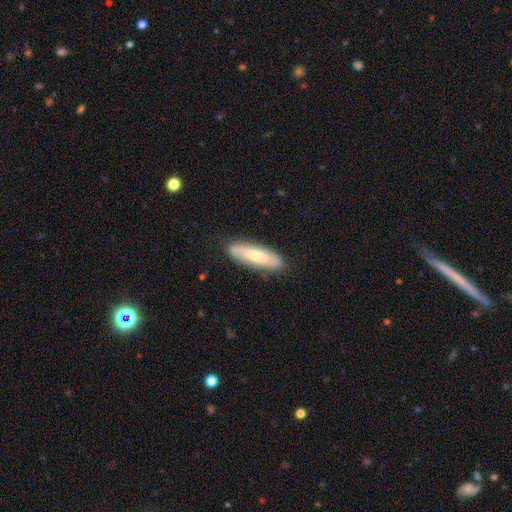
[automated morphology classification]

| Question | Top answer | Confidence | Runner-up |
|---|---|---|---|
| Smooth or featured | smooth | 57% | featured or disk (38%) |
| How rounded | cigar-shaped | 57% | in between (41%) |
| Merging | none | 84% | minor disturbance (12%) |